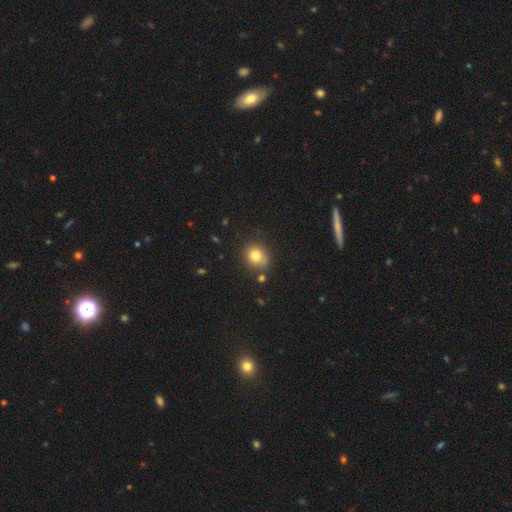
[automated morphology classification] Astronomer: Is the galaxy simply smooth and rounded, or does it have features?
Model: smooth — 79%.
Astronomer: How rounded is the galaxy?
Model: round — 71%.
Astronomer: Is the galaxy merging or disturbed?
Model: none — 73%.